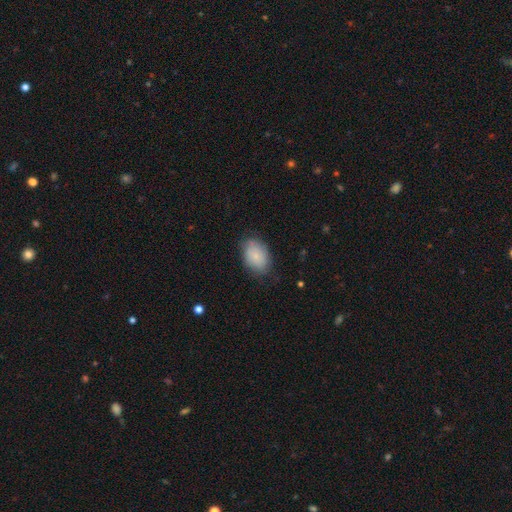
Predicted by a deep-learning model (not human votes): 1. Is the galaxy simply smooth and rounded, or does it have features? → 78% smooth, 15% featured or disk, 7% star or artifact.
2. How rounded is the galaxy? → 84% in between, 15% round, 1% cigar-shaped.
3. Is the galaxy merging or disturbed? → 75% none, 19% minor disturbance, 5% major disturbance, 1% merger.